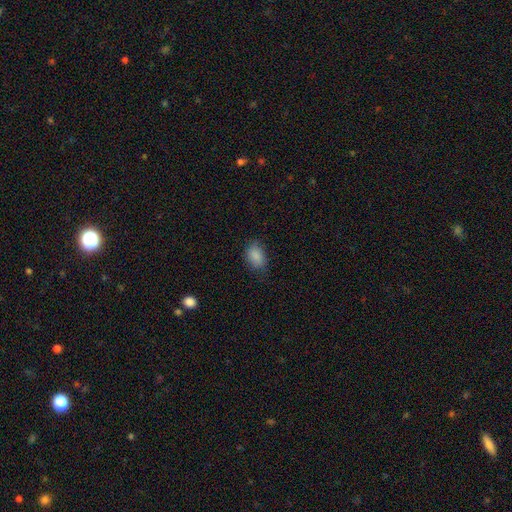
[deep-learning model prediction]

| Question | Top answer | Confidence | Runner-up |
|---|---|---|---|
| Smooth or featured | smooth | 87% | star or artifact (8%) |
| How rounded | in between | 77% | round (22%) |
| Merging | none | 75% | minor disturbance (19%) |